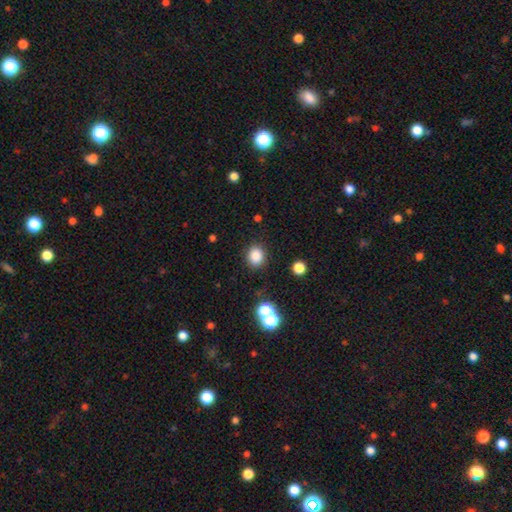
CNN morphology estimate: Smooth or featured: smooth — 84% (star or artifact — 12%)
How rounded: round — 67% (in between — 32%)
Merging: none — 86% (minor disturbance — 9%)